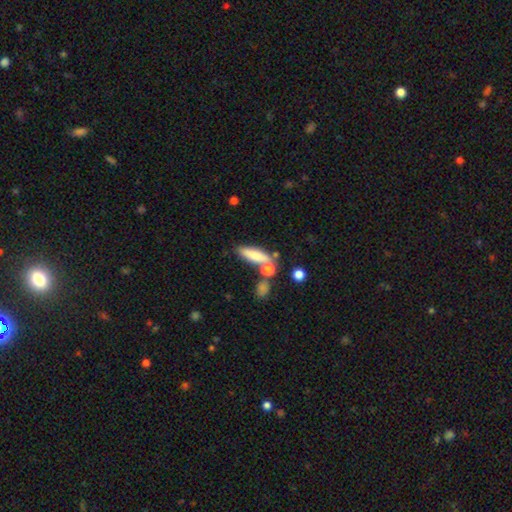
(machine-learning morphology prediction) smooth 77%, featured or disk 15%, star or artifact 9%. Down the decision tree: how rounded — cigar-shaped (50%); merging — none (55%).